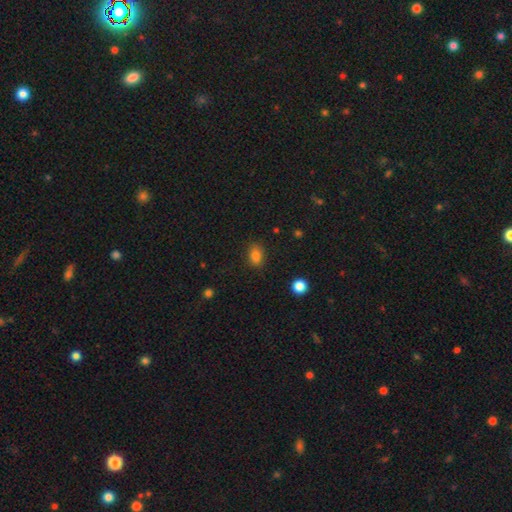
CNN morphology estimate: This is clearly a smooth galaxy (84%). How rounded: likely in between (76%). Merging: clearly none (84%).